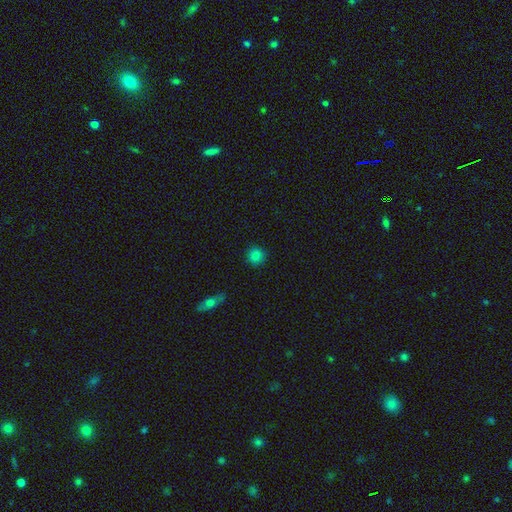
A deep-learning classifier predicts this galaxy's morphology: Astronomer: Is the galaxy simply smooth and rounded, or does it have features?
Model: smooth — 83%.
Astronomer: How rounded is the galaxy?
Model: round — 91%.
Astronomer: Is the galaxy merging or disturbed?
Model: none — 91%.